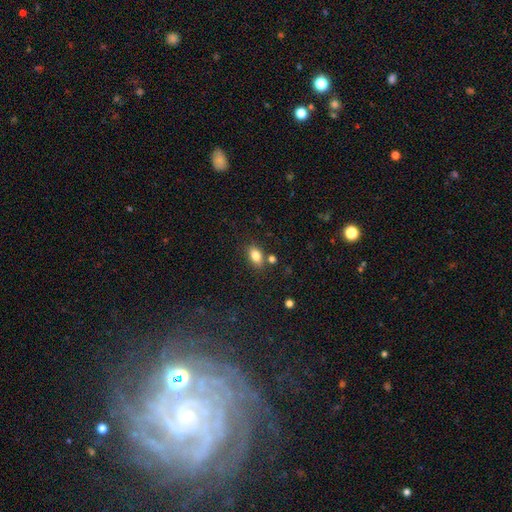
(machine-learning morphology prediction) Q: Smooth or featured?
A: smooth (82%); runner-up: star or artifact (9%)
Q: How rounded?
A: in between (87%); runner-up: round (10%)
Q: Merging?
A: none (76%); runner-up: minor disturbance (12%)